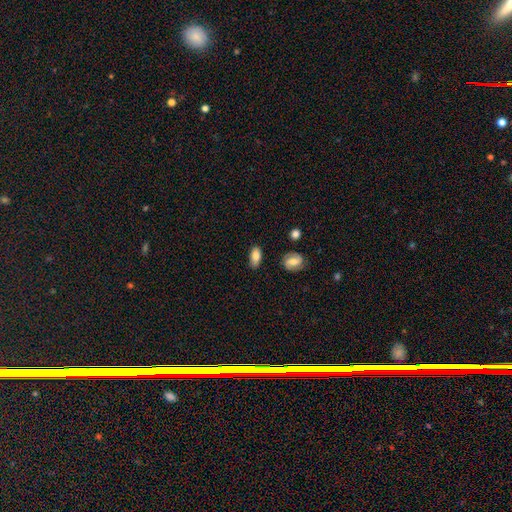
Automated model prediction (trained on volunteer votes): A smooth galaxy with no disk features (80%) that is in between round and cigar-shaped (89%). Merging: none (79%).